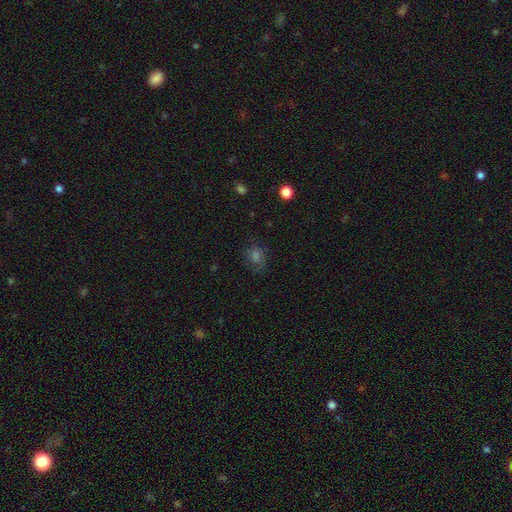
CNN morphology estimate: This appears to be a smooth galaxy with no disk features (55%) that is round (52%). Merging: none (69%).